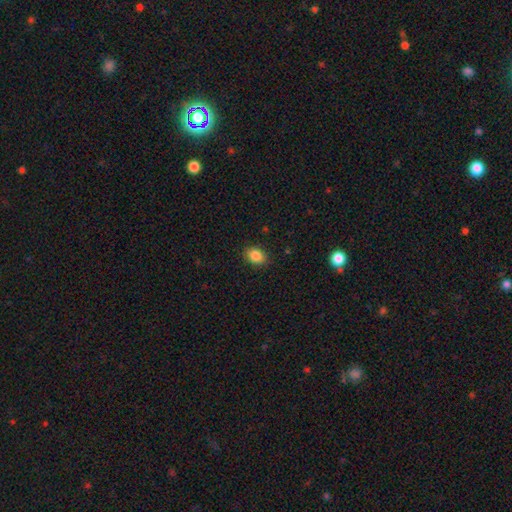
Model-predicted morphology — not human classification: Smooth or featured: smooth — 86% (star or artifact — 9%)
How rounded: in between — 63% (round — 36%)
Merging: none — 87% (minor disturbance — 9%)